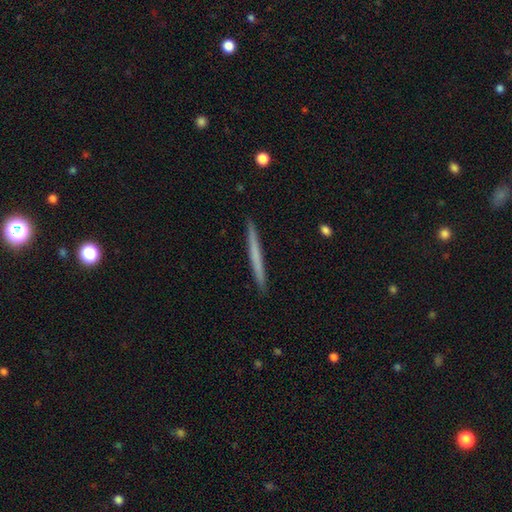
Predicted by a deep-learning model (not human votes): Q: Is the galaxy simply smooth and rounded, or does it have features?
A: smooth — 57%.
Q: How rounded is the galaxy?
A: cigar-shaped — 97%.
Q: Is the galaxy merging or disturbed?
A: none — 92%.